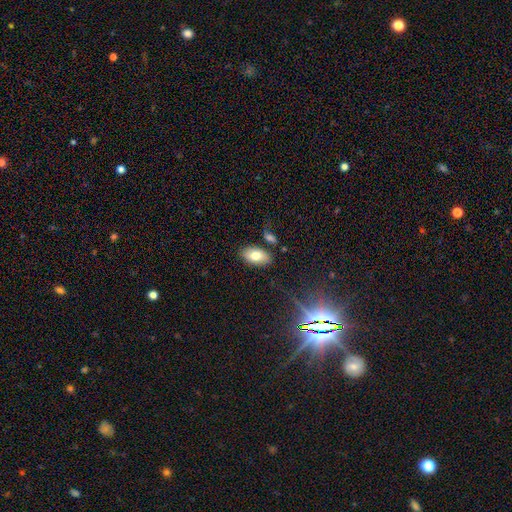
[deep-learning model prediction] Smooth or featured?
  - smooth: 76% *
  - featured or disk: 15%
  - star or artifact: 9%
How rounded?
  - in between: 93% *
  - round: 4%
  - cigar-shaped: 3%
Merging?
  - none: 79% *
  - minor disturbance: 12%
  - merger: 6%
  - major disturbance: 3%